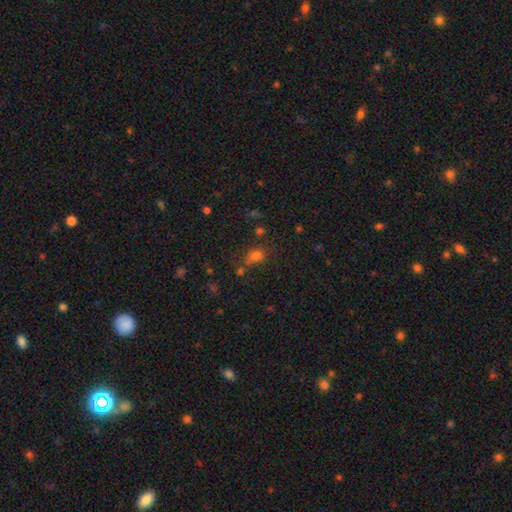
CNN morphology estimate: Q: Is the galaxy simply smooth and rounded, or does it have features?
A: smooth — 70%.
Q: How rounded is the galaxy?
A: round — 54%.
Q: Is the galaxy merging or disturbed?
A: none — 60%.